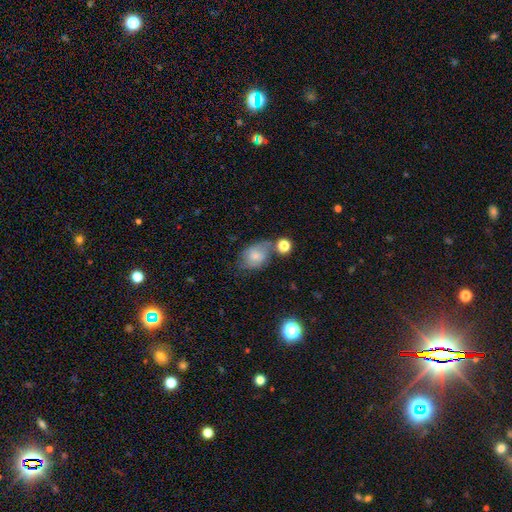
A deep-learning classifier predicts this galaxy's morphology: Smooth or featured? Predicted: smooth (p=0.63). How rounded? Predicted: in between (p=0.70). Merging? Predicted: none (p=0.43).